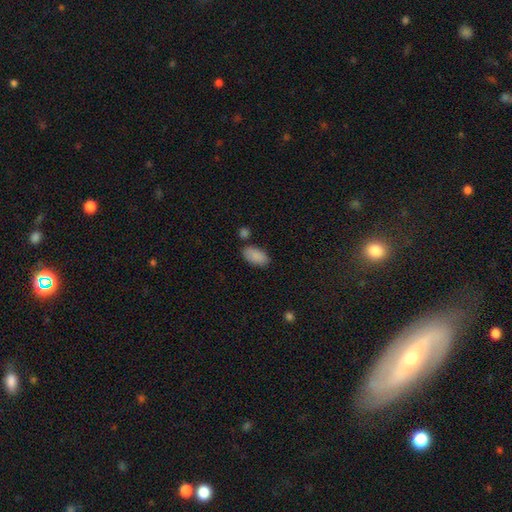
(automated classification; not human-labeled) Smooth or featured?
  - smooth: 89% *
  - star or artifact: 7%
  - featured or disk: 5%
How rounded?
  - in between: 94% *
  - round: 3%
  - cigar-shaped: 3%
Merging?
  - none: 76% *
  - minor disturbance: 14%
  - merger: 6%
  - major disturbance: 3%